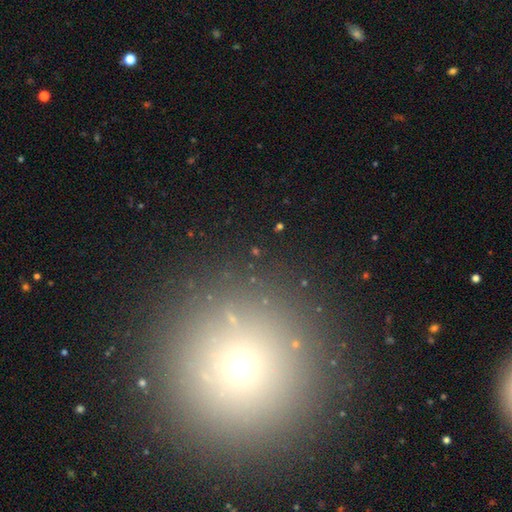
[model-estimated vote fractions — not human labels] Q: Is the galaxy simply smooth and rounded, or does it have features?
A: smooth — 56%.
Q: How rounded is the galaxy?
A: round — 94%.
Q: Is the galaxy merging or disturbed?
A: none — 88%.